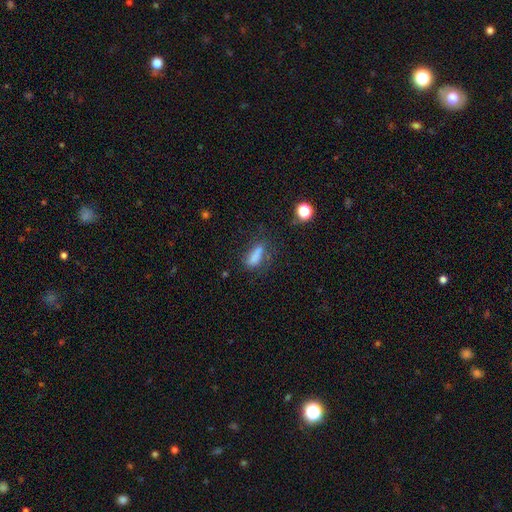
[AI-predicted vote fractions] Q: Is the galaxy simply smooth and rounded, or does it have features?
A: smooth — 76%.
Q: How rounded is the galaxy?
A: in between — 58%.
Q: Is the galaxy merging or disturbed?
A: none — 56%.